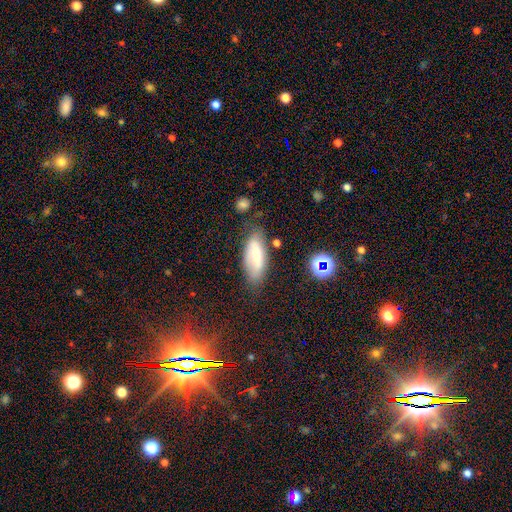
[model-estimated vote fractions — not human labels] smooth_or_featured: smooth (p=0.56) [alt: featured or disk p=0.35]
how_rounded: in between (p=0.79) [alt: cigar-shaped p=0.19]
merging: none (p=0.68) [alt: minor disturbance p=0.22]